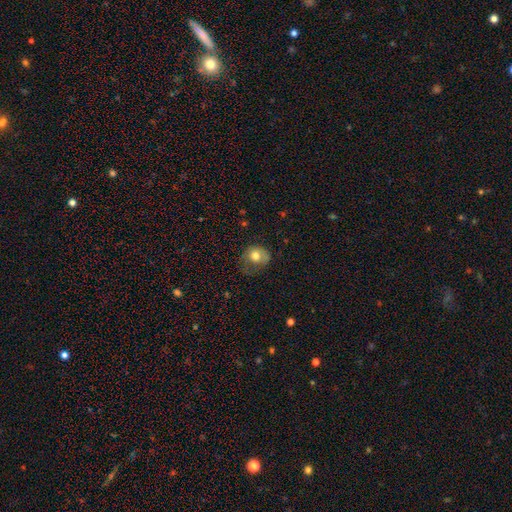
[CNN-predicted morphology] smooth-or-featured: smooth: 73% | featured or disk: 18% | star or artifact: 9%
  how-rounded: round: 62% | in between: 37% | cigar-shaped: 1%
  merging: none: 35% | minor disturbance: 33% | major disturbance: 31% | merger: 2%